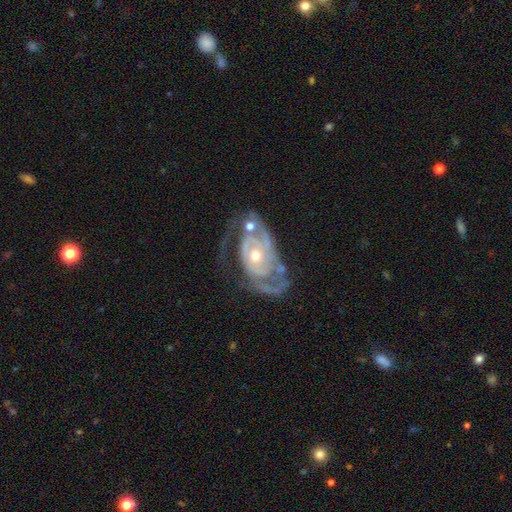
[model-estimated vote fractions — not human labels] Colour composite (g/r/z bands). It shows a featured or disk galaxy (87%) with no bar (75%), 2 (48%) tight (53%) spiral arms (89%) and a moderate central bulge (52%). Merging: none (41%).